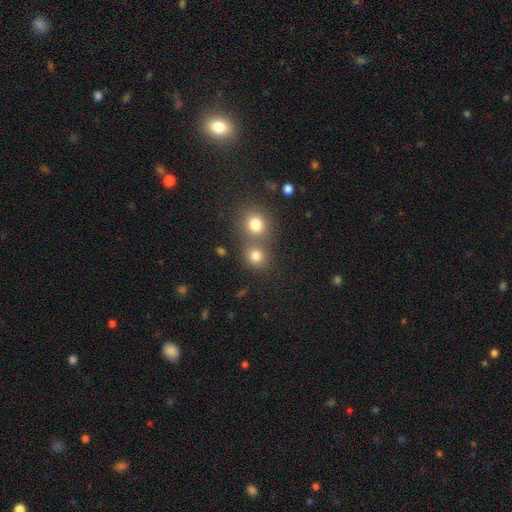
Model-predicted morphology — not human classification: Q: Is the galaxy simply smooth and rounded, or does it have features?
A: smooth — 79%.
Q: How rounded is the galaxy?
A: round — 84%.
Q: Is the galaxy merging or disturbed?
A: none — 52%.